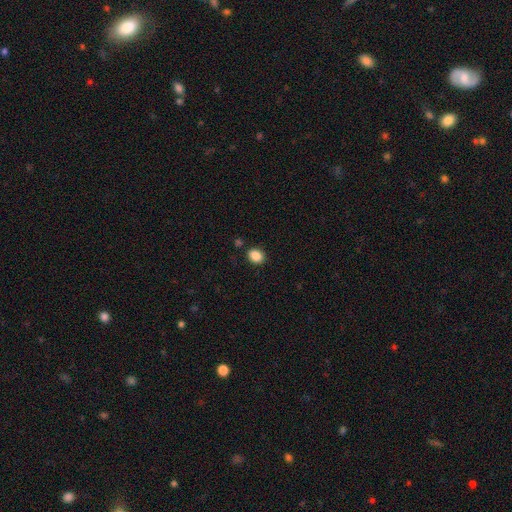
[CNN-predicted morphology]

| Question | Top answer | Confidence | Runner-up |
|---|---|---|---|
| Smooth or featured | smooth | 88% | star or artifact (9%) |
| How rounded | in between | 53% | round (46%) |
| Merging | none | 86% | minor disturbance (9%) |